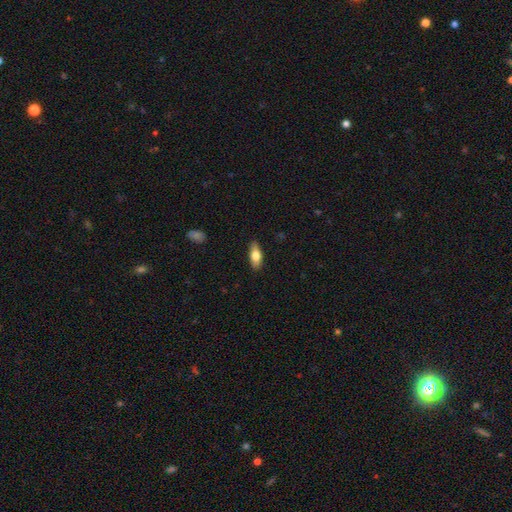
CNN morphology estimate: A smooth galaxy with no disk features (71%) that is in between round and cigar-shaped (76%).

Vote fractions:
- Smooth or featured? smooth: 71% / featured or disk: 23% / star or artifact: 6%
- How rounded? in between: 76% / cigar-shaped: 21% / round: 3%
- Merging? none: 86% / minor disturbance: 11% / major disturbance: 2% / merger: 1%